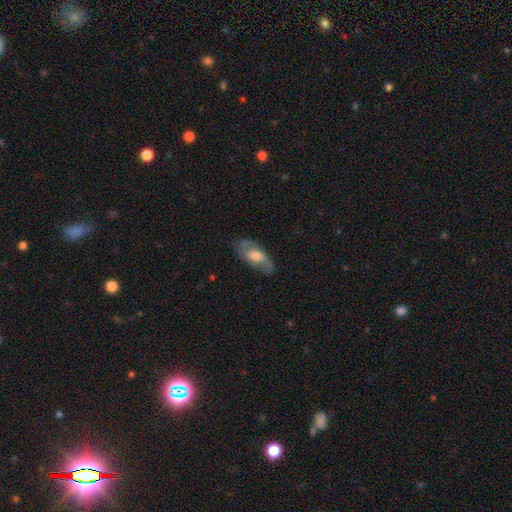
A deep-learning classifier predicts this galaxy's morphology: Q: Smooth or featured?
A: featured or disk (53%); runner-up: smooth (41%)
Q: Edge-on disk?
A: no (86%); runner-up: yes (14%)
Q: Merging?
A: none (70%); runner-up: minor disturbance (21%)